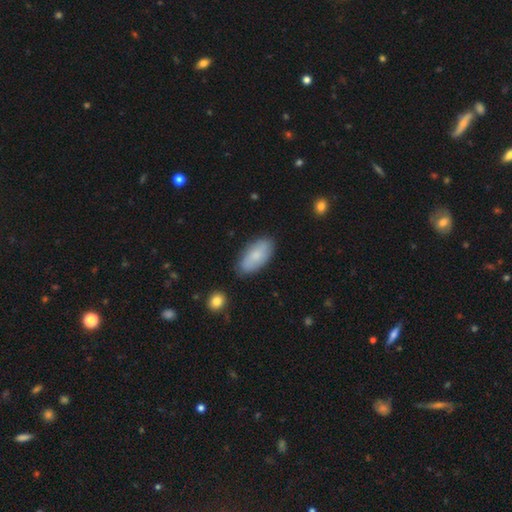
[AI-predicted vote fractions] Smooth or featured? smooth (73%)
How rounded? in between (91%)
Merging? none (80%)